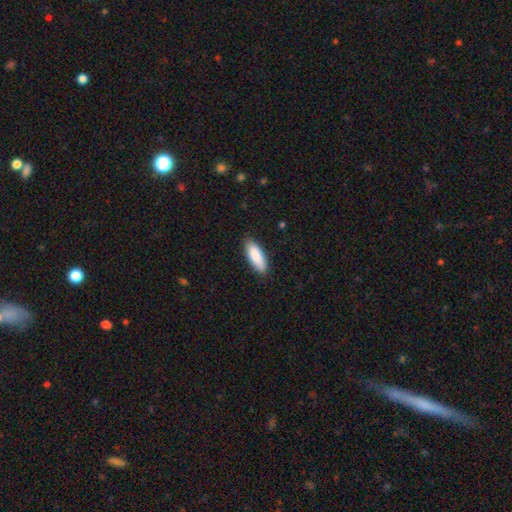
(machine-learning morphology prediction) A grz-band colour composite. It shows a smooth galaxy with no disk features (87%) that is in between round and cigar-shaped (68%). Merging: none (86%).